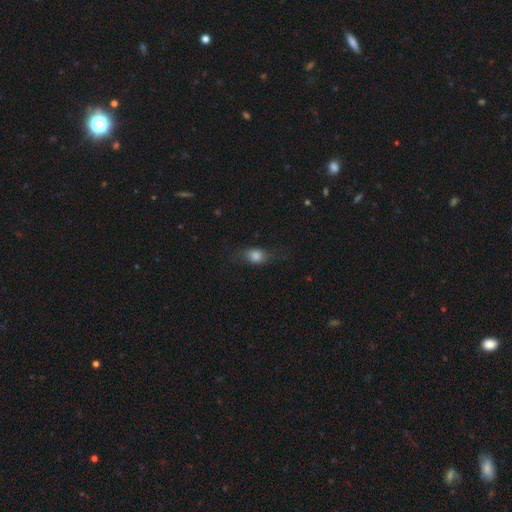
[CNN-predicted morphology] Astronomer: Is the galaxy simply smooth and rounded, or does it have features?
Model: smooth — 74%.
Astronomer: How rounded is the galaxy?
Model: in between — 68%.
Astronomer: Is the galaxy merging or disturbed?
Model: none — 68%.